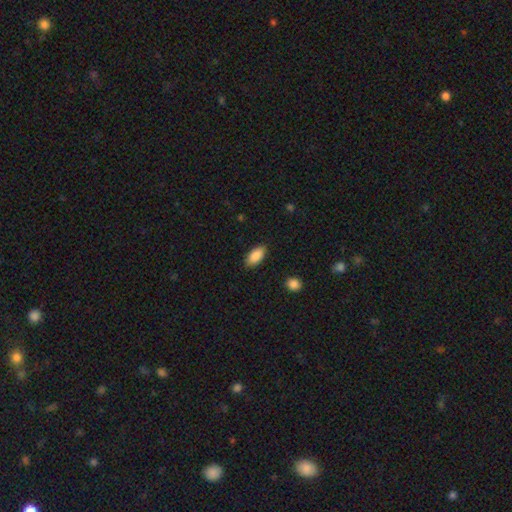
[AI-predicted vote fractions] smooth_or_featured: smooth (p=0.88) [alt: star or artifact p=0.07]
how_rounded: in between (p=0.91) [alt: cigar-shaped p=0.06]
merging: none (p=0.87) [alt: minor disturbance p=0.09]